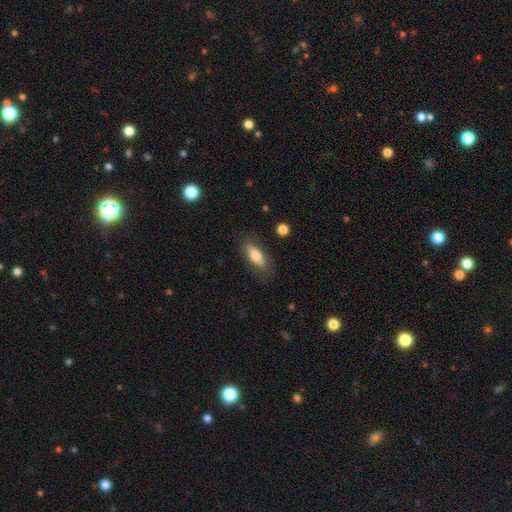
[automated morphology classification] type=smooth (69%); roundness=in between (65%); merging=none (79%).